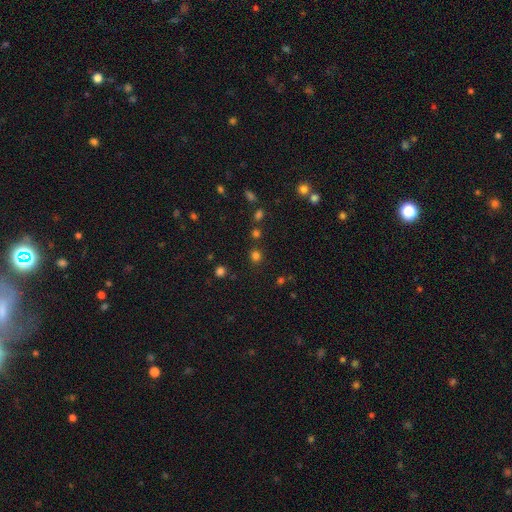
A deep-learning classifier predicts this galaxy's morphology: This appears to be a smooth galaxy with no disk features (75%) that is round (87%). Merging: none (85%).